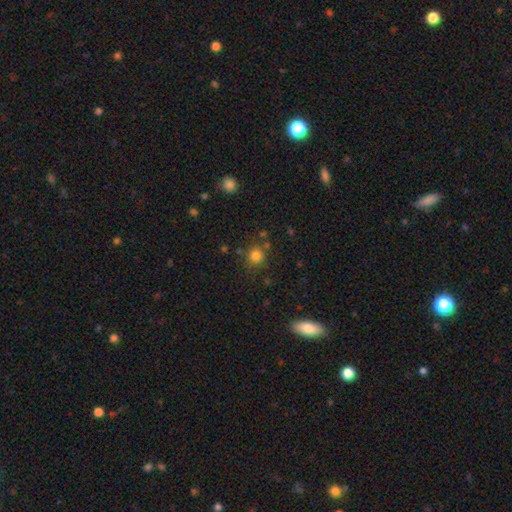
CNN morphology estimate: smooth 80%, star or artifact 14%, featured or disk 6%. Down the decision tree: how rounded — round (90%); merging — none (78%).